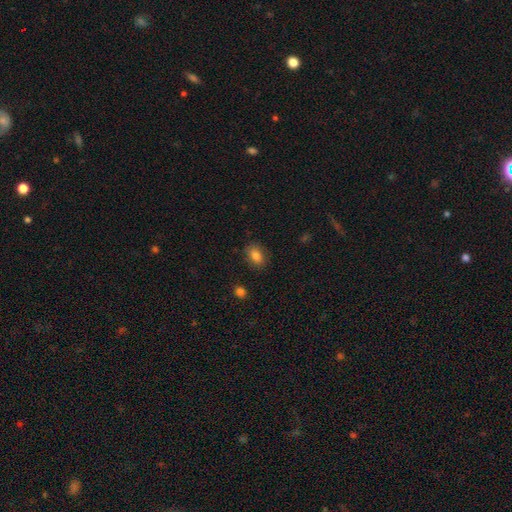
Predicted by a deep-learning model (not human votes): smooth 83%, star or artifact 9%, featured or disk 8%. Down the decision tree: how rounded — in between (84%); merging — none (84%).